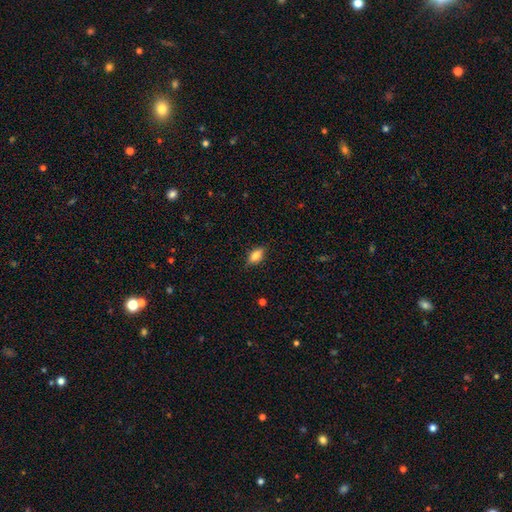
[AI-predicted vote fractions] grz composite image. It shows a smooth galaxy with no disk features (74%) that is in between round and cigar-shaped (82%). Merging: none (81%).